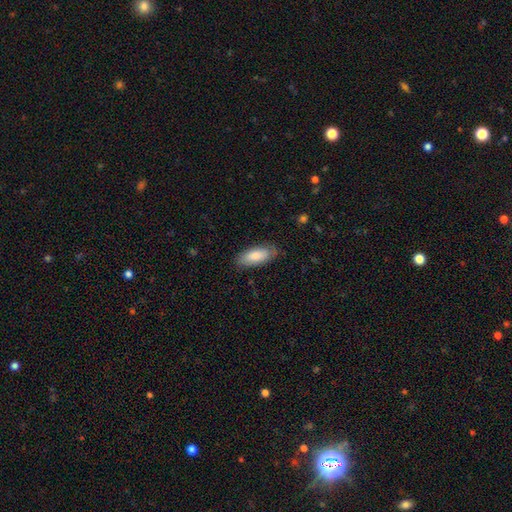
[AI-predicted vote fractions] Smooth or featured?
  - smooth: 81% *
  - featured or disk: 14%
  - star or artifact: 5%
How rounded?
  - in between: 83% *
  - cigar-shaped: 16%
  - round: 2%
Merging?
  - none: 81% *
  - minor disturbance: 15%
  - major disturbance: 3%
  - merger: 1%